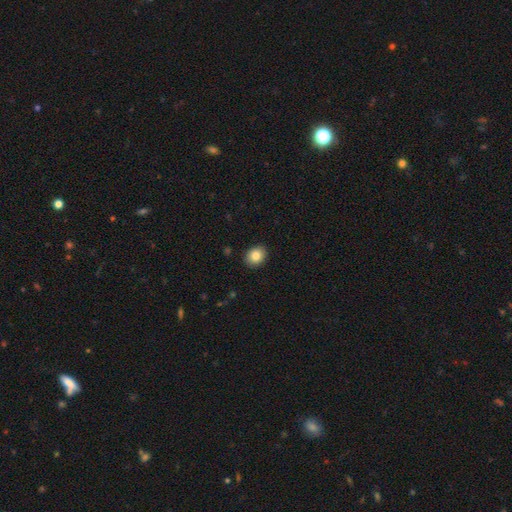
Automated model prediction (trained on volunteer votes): This is clearly a smooth galaxy (84%). How rounded: possibly round (57%). Merging: clearly none (90%).